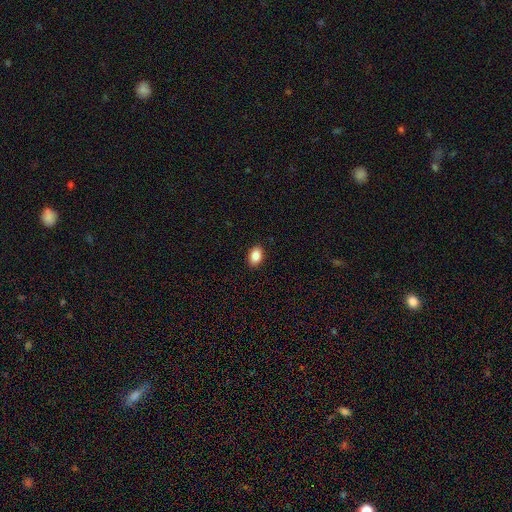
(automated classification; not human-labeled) smooth_or_featured: smooth (p=0.88) [alt: star or artifact p=0.08]
how_rounded: in between (p=0.84) [alt: round p=0.15]
merging: none (p=0.91) [alt: minor disturbance p=0.07]